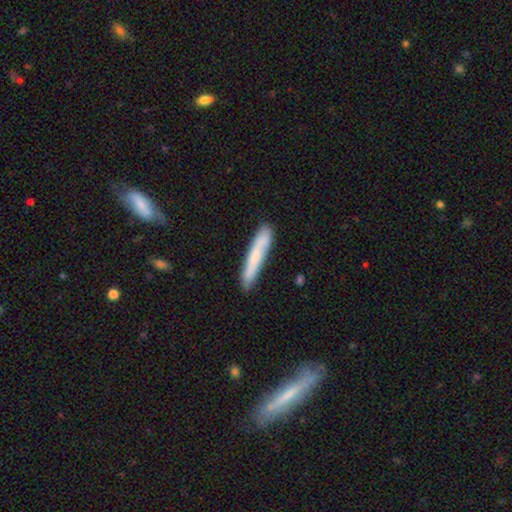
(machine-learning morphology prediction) This is likely a smooth galaxy (67%). How rounded: clearly cigar-shaped (93%). Merging: clearly none (82%).